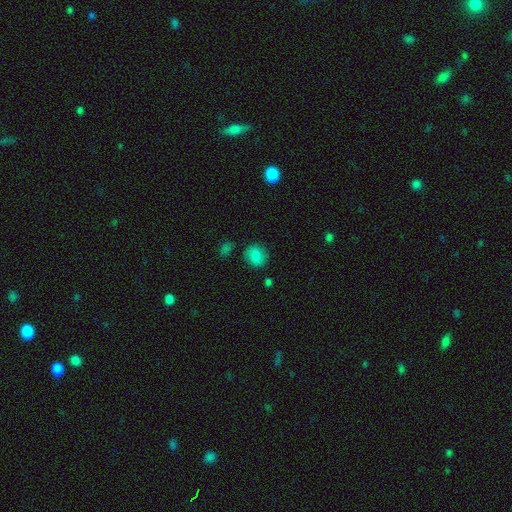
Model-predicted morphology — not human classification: Q: Smooth or featured?
A: smooth (78%); runner-up: star or artifact (11%)
Q: How rounded?
A: round (70%); runner-up: in between (28%)
Q: Merging?
A: none (79%); runner-up: minor disturbance (14%)